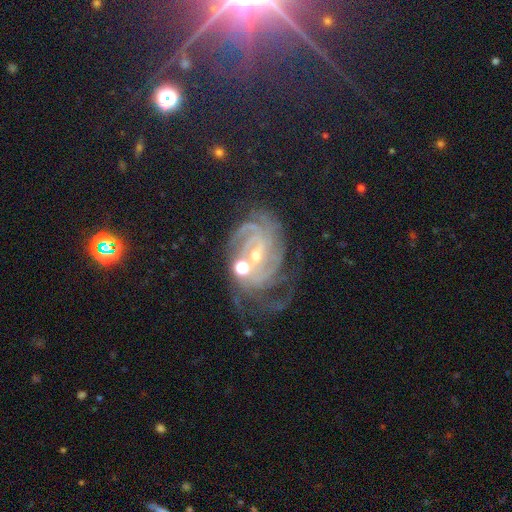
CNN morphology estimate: A featured or disk galaxy (72%) with no bar (46%), tight (70%) spiral arms (97%) and a small central bulge (62%). Merging: none (60%).